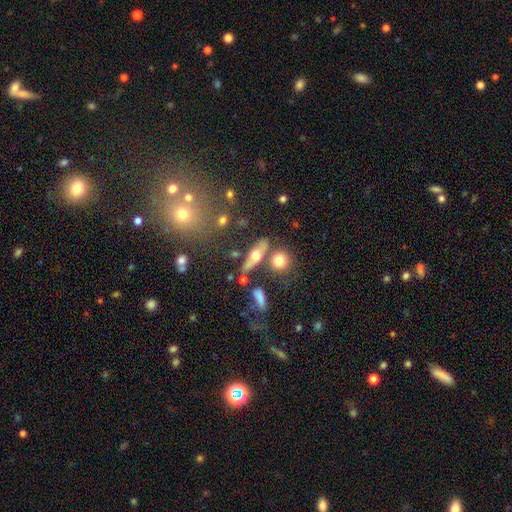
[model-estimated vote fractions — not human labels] This is possibly a smooth galaxy (49%). Merging: likely none (62%).